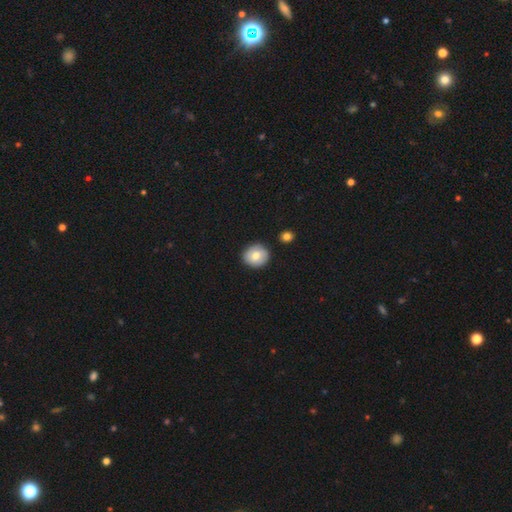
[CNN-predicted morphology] This is likely a smooth galaxy (71%). How rounded: clearly round (82%). Merging: clearly none (86%).